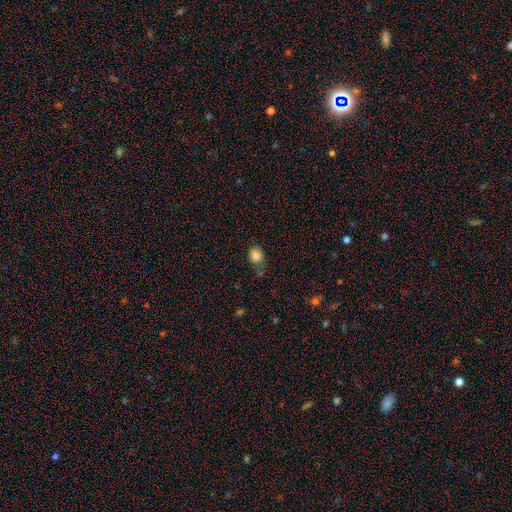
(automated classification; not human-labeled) A smooth galaxy with no disk features (85%) that is in between round and cigar-shaped (50%). Merging: none (63%).